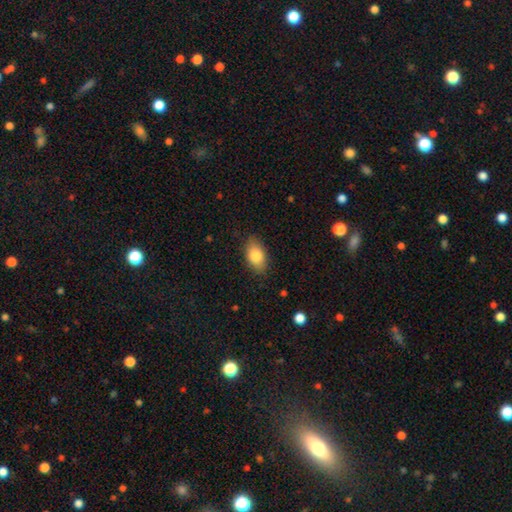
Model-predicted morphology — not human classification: The model was most divided on "merging": none: 83%, minor disturbance: 13%, major disturbance: 3%, merger: 1%. More confident: how rounded — in between (90%); smooth or featured — smooth (82%).